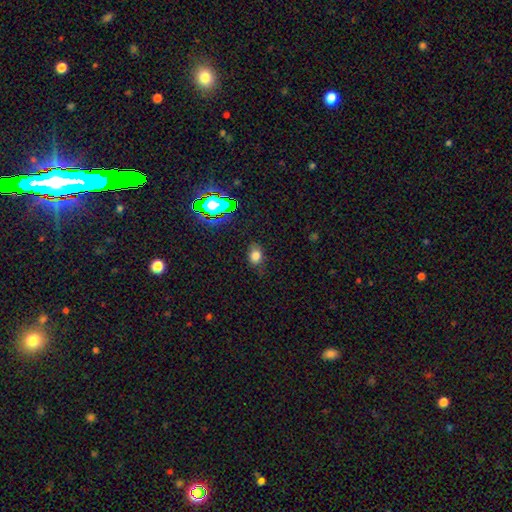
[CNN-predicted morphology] Smooth or featured? smooth (75%)
How rounded? in between (63%)
Merging? none (75%)